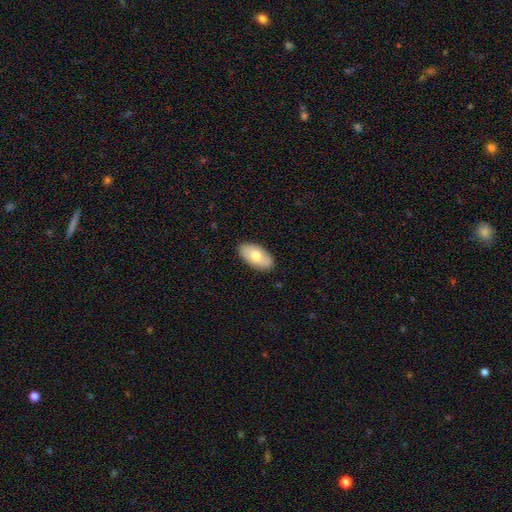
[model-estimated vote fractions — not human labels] smooth-or-featured: smooth: 71% | featured or disk: 23% | star or artifact: 6%
  how-rounded: in between: 94% | round: 3% | cigar-shaped: 3%
  merging: none: 87% | minor disturbance: 10% | major disturbance: 2% | merger: 1%